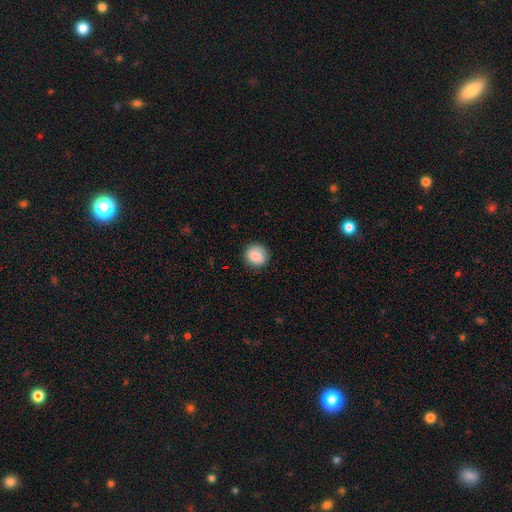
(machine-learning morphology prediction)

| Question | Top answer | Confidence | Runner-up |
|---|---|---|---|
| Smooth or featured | smooth | 84% | featured or disk (8%) |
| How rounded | round | 88% | in between (11%) |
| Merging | none | 85% | minor disturbance (11%) |